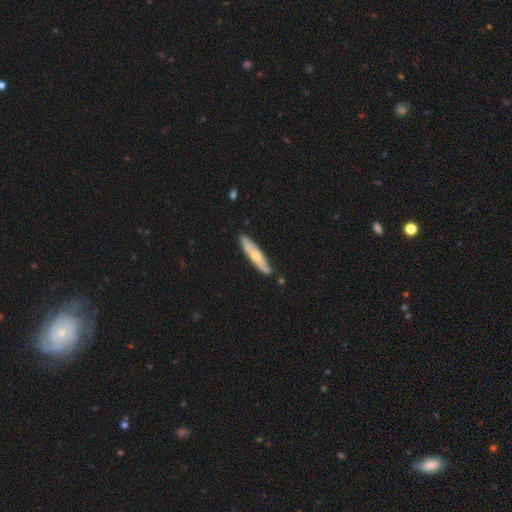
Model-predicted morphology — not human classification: Q: Smooth or featured?
A: featured or disk (49%); runner-up: smooth (46%)
Q: Merging?
A: none (81%); runner-up: minor disturbance (14%)